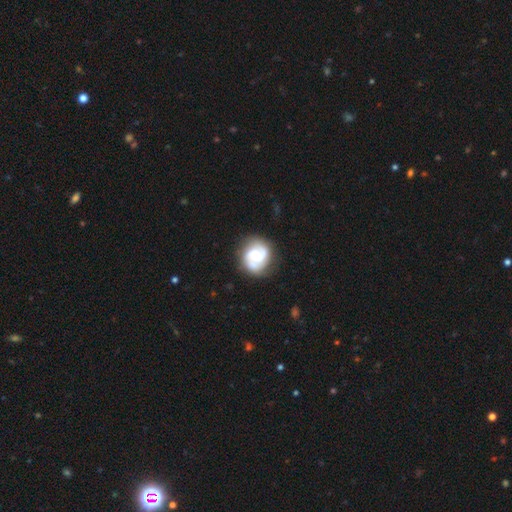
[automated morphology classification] Smooth or featured? featured or disk (73%)
Edge-on disk? no (98%)
Bar? no (63%)
Spiral arms? yes (89%)
Spiral winding? tight (45%)
Spiral arm count? 2 (71%)
Bulge size? moderate (64%)
Merging? none (75%)